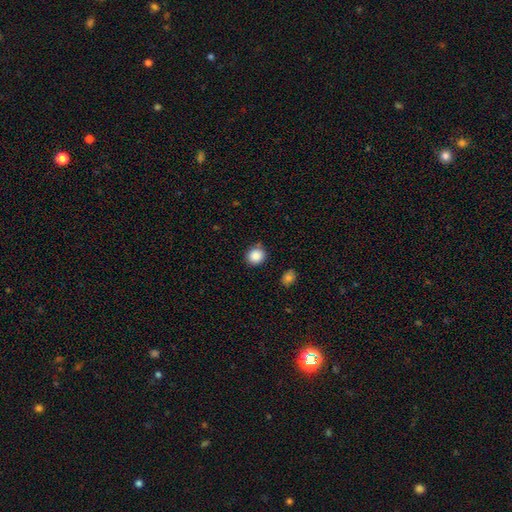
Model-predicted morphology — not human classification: Overall: smooth (88%). How rounded: round (84%). Merging: none (82%).